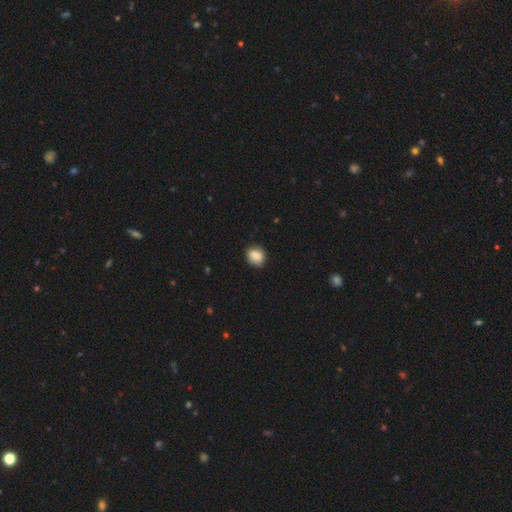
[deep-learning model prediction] smooth_or_featured: smooth (p=0.87) [alt: star or artifact p=0.08]
how_rounded: round (p=0.65) [alt: in between p=0.34]
merging: none (p=0.83) [alt: minor disturbance p=0.13]